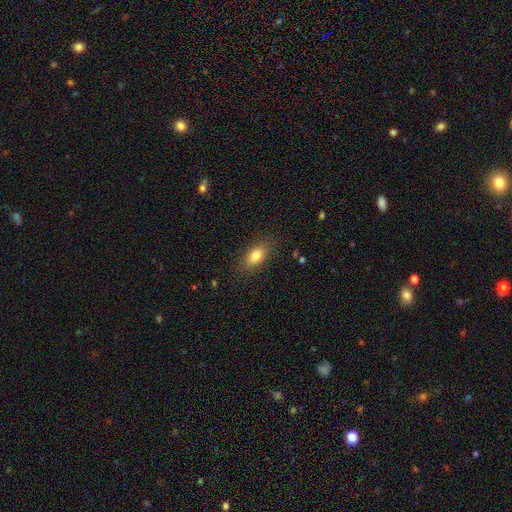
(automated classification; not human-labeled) This appears to be a smooth galaxy with no disk features (80%) that is in between round and cigar-shaped (85%). Merging: none (84%).